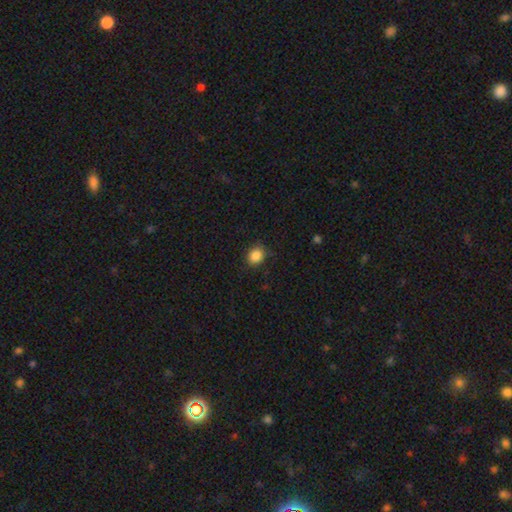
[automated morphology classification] smooth 87%, star or artifact 9%, featured or disk 4%. Down the decision tree: how rounded — round (66%); merging — none (84%).